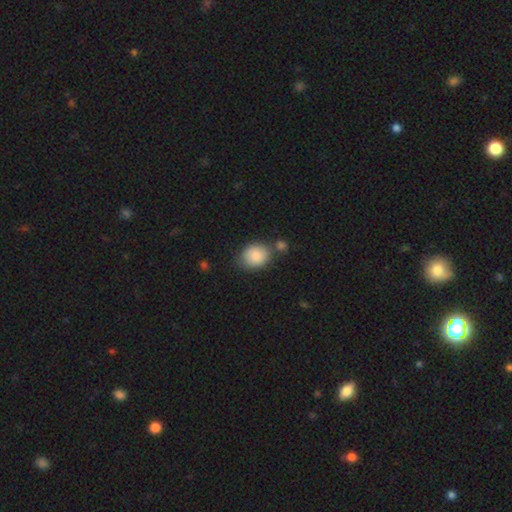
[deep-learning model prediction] smooth_or_featured: smooth (p=0.86) [alt: star or artifact p=0.07]
how_rounded: round (p=0.51) [alt: in between p=0.48]
merging: none (p=0.64) [alt: minor disturbance p=0.16]